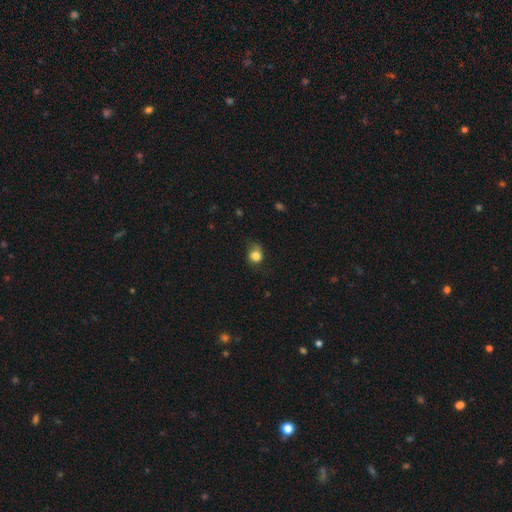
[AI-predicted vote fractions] Q: Smooth or featured?
A: smooth (82%); runner-up: star or artifact (10%)
Q: How rounded?
A: round (67%); runner-up: in between (32%)
Q: Merging?
A: none (52%); runner-up: minor disturbance (32%)